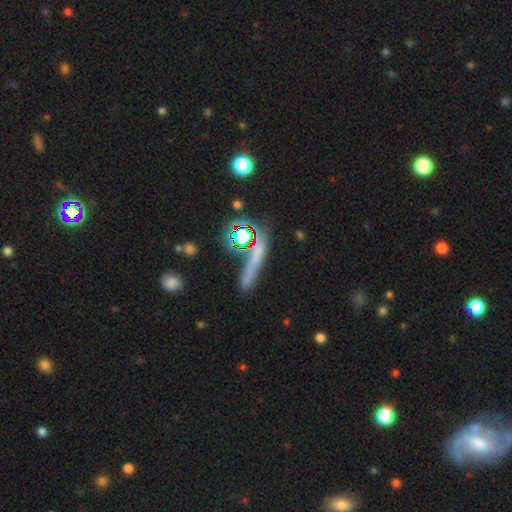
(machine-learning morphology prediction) smooth-or-featured: smooth: 47% | star or artifact: 35% | featured or disk: 18%
  merging: none: 65% | minor disturbance: 15% | merger: 11% | major disturbance: 8%